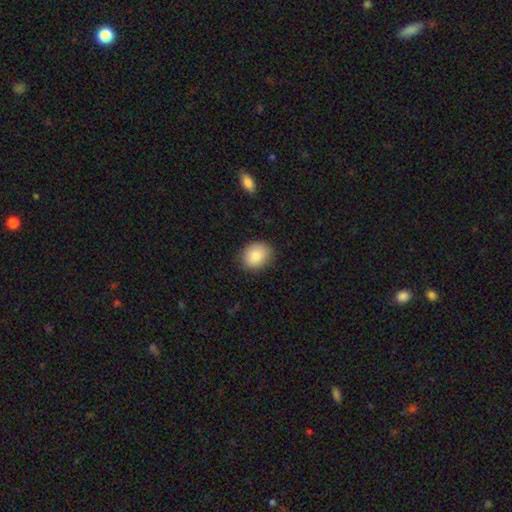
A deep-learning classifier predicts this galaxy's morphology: smooth_or_featured: smooth (p=0.87) [alt: star or artifact p=0.08]
how_rounded: in between (p=0.51) [alt: round p=0.48]
merging: none (p=0.85) [alt: minor disturbance p=0.11]